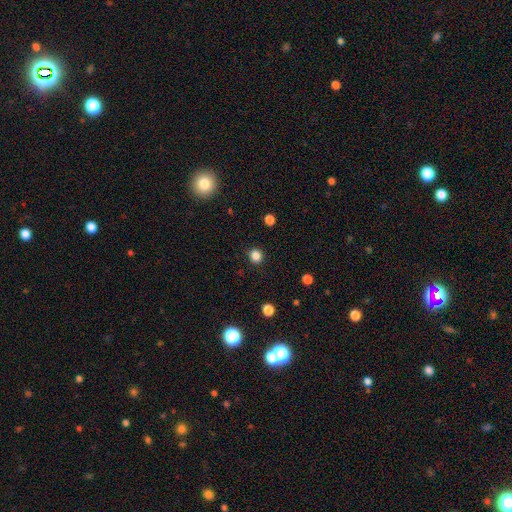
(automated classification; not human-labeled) A smooth galaxy with no disk features (85%) that is round (87%).

Vote fractions:
- Smooth or featured? smooth: 85% / star or artifact: 12% / featured or disk: 3%
- How rounded? round: 87% / in between: 12% / cigar-shaped: 1%
- Merging? none: 91% / minor disturbance: 6% / major disturbance: 2% / merger: 1%